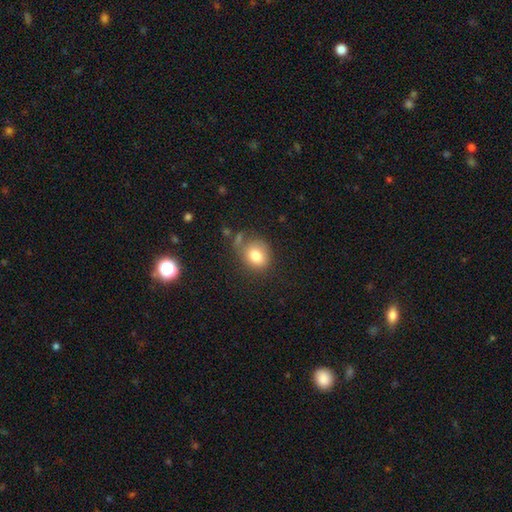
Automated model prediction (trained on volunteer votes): This appears to be a smooth galaxy with no disk features (80%) that is round (55%). Merging: none (56%).